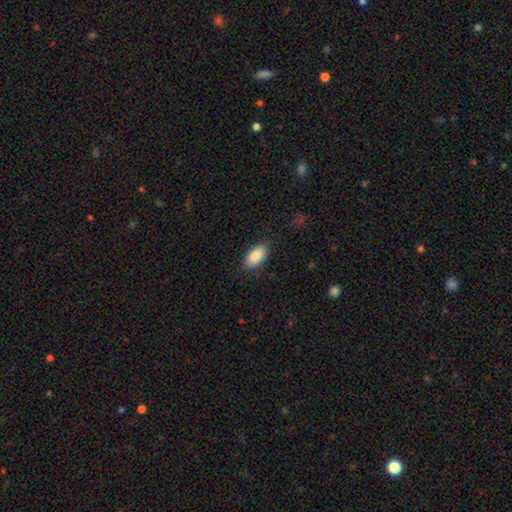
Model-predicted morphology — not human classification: This is clearly a smooth galaxy (88%). How rounded: clearly in between (93%). Merging: clearly none (83%).